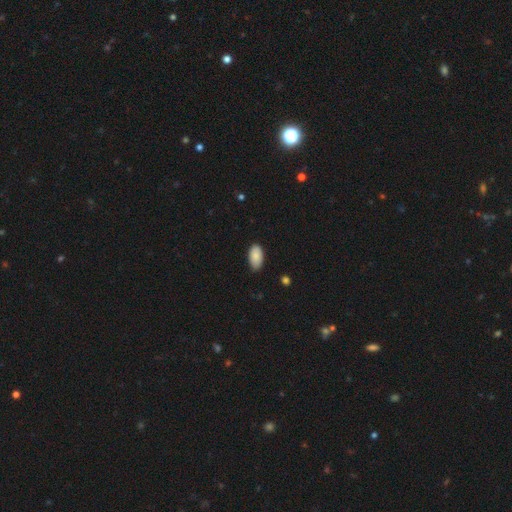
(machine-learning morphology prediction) A smooth galaxy with no disk features (88%) that is in between round and cigar-shaped (95%).

Vote fractions:
- Smooth or featured? smooth: 88% / star or artifact: 7% / featured or disk: 6%
- How rounded? in between: 95% / round: 3% / cigar-shaped: 2%
- Merging? none: 81% / minor disturbance: 16% / major disturbance: 2% / merger: 1%